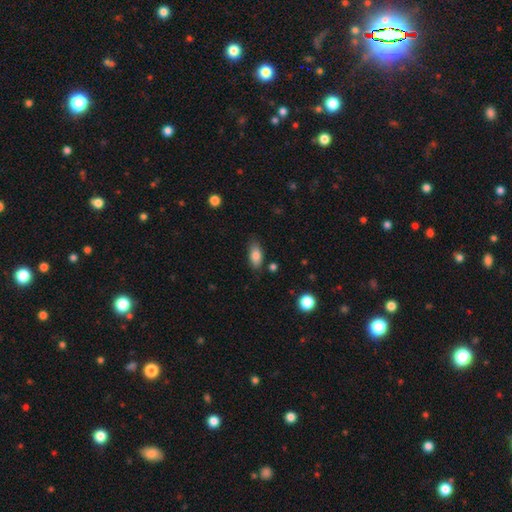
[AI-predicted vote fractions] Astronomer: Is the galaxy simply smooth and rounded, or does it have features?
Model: smooth — 84%.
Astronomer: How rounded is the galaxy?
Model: in between — 88%.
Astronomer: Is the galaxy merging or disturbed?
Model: none — 79%.